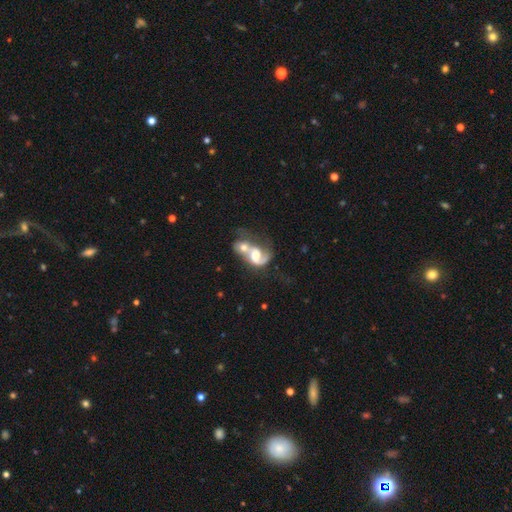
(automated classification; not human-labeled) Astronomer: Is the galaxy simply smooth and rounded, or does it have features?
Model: featured or disk — 65%.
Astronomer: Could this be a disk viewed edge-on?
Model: no — 97%.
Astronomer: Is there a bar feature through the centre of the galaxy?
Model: no — 61%.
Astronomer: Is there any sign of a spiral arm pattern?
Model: yes — 78%.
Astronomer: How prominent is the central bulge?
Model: moderate — 52%.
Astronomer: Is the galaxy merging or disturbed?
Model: merger — 77%.